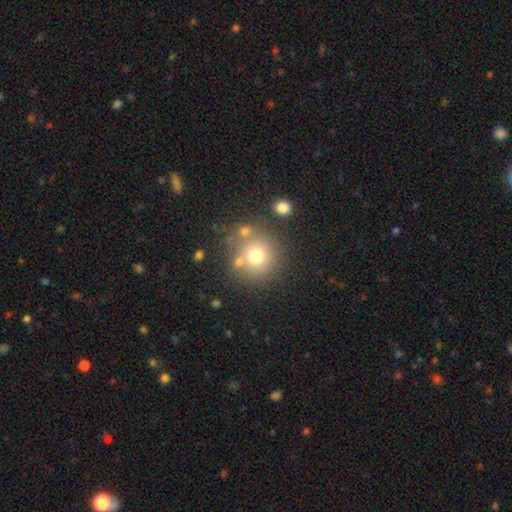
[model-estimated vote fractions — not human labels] A smooth galaxy with no disk features (71%) that is round (93%).

Vote fractions:
- Smooth or featured? smooth: 71% / featured or disk: 15% / star or artifact: 14%
- How rounded? round: 93% / in between: 7% / cigar-shaped: 1%
- Merging? none: 71% / merger: 13% / minor disturbance: 11% / major disturbance: 5%